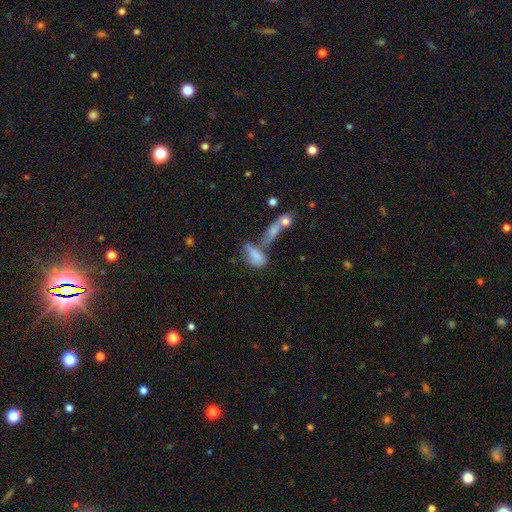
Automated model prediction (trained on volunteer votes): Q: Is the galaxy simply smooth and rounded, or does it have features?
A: smooth — 68%.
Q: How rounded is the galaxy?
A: in between — 78%.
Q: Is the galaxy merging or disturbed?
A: merger — 55%.